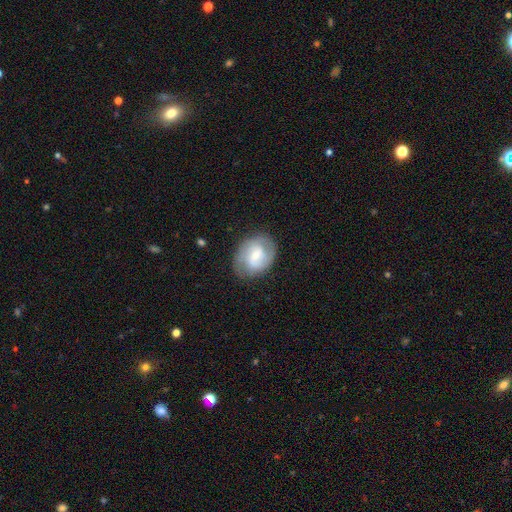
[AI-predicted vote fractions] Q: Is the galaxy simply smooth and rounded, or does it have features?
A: featured or disk — 60%.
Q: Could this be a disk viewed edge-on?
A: no — 97%.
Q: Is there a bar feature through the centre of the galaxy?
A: weak — 51%.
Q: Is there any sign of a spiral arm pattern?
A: yes — 82%.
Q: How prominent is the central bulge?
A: small — 50%.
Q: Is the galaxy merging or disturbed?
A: none — 74%.